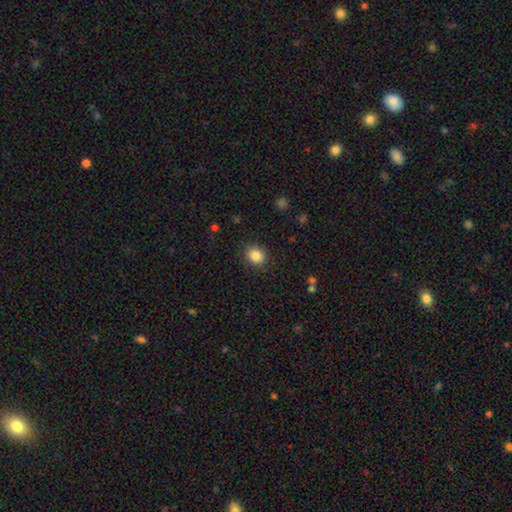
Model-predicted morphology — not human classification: Smooth or featured? Predicted: smooth (p=0.86). How rounded? Predicted: round (p=0.68). Merging? Predicted: none (p=0.88).